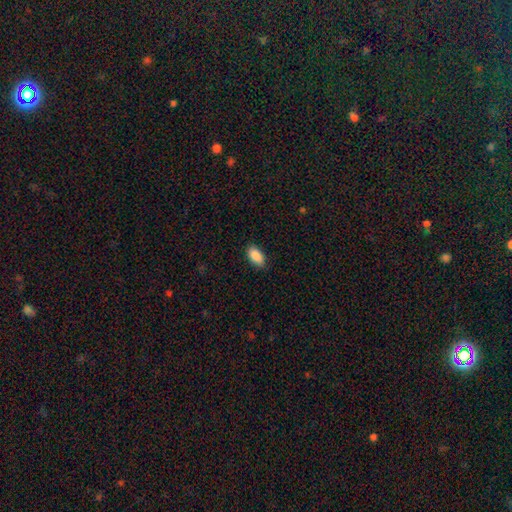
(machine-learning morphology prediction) smooth-or-featured: smooth: 90% | star or artifact: 7% | featured or disk: 3%
  how-rounded: in between: 93% | cigar-shaped: 3% | round: 3%
  merging: none: 87% | minor disturbance: 10% | major disturbance: 2% | merger: 1%